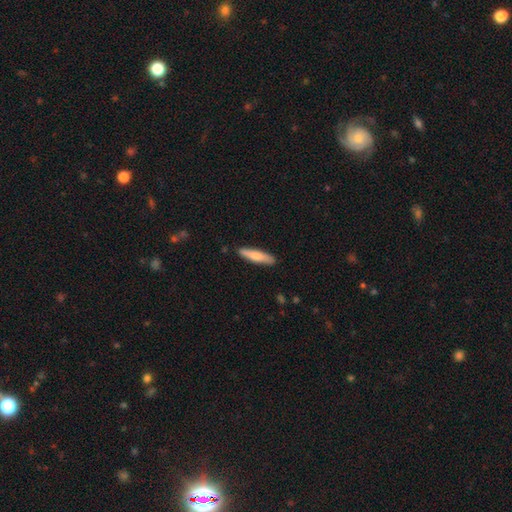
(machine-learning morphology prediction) The model was most divided on "smooth or featured": smooth: 70%, featured or disk: 24%, star or artifact: 5%. More confident: merging — none (88%); how rounded — cigar-shaped (80%).